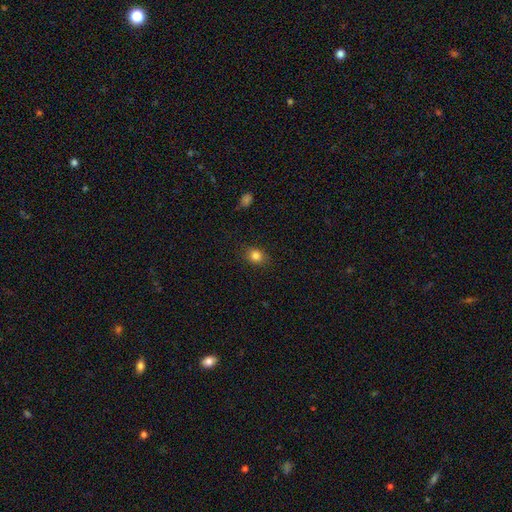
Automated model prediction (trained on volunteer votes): This appears to be a smooth galaxy with no disk features (83%) that is round (59%). Merging: none (85%).